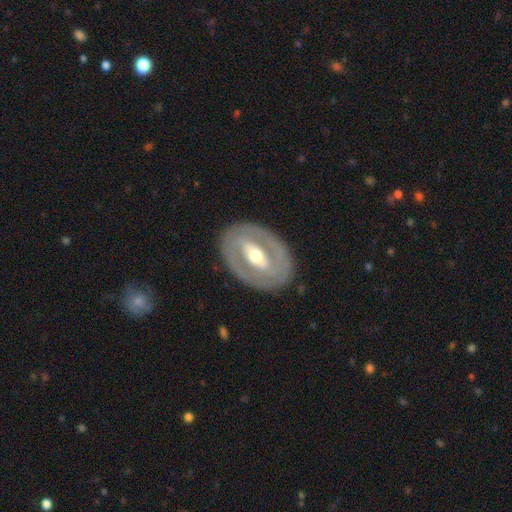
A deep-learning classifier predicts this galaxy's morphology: Smooth or featured: featured or disk — 76% (smooth — 19%)
Edge-on disk: no — 92% (yes — 8%)
Bar: strong — 43% (weak — 32%)
Spiral arms: no — 57% (yes — 43%)
Bulge size: moderate — 69% (small — 20%)
Merging: none — 84% (minor disturbance — 10%)